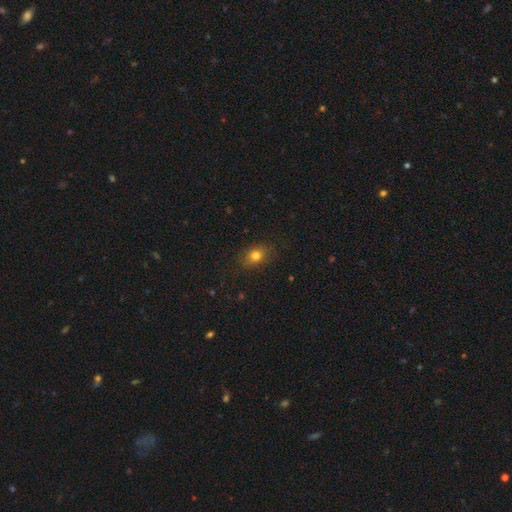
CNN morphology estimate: This is likely a smooth galaxy (79%). How rounded: possibly in between (60%). Merging: clearly none (85%).